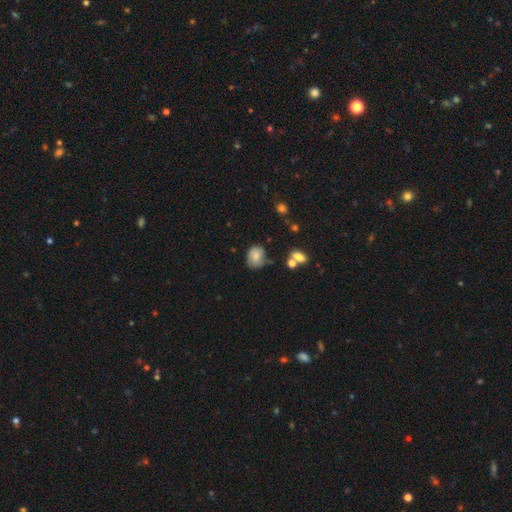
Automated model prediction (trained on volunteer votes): Smooth or featured?
  - smooth: 68% *
  - featured or disk: 21%
  - star or artifact: 10%
How rounded?
  - in between: 53% *
  - round: 46%
  - cigar-shaped: 1%
Merging?
  - none: 52% *
  - minor disturbance: 33%
  - major disturbance: 10%
  - merger: 6%